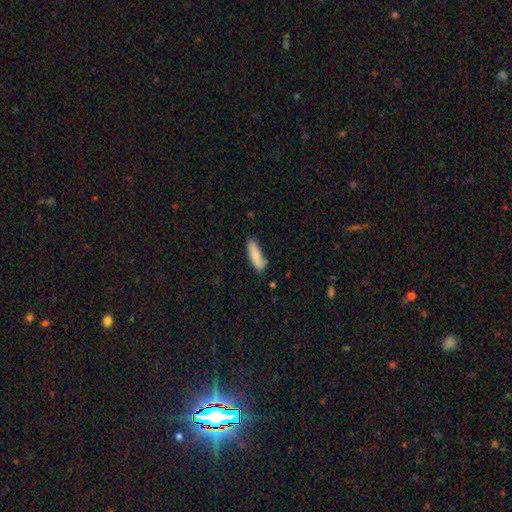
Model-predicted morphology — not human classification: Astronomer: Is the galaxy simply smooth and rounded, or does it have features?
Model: smooth — 86%.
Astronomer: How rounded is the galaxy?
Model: cigar-shaped — 55% (runner-up: in between, 44%).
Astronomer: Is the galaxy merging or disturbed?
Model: none — 75%.